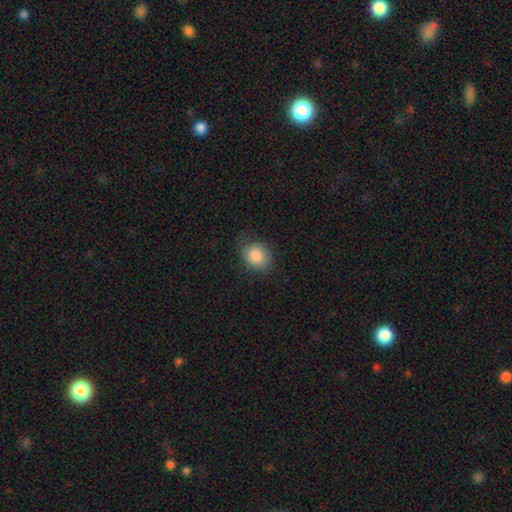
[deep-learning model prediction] Smooth or featured: smooth — 87% (star or artifact — 8%)
How rounded: round — 54% (in between — 45%)
Merging: none — 74% (minor disturbance — 20%)